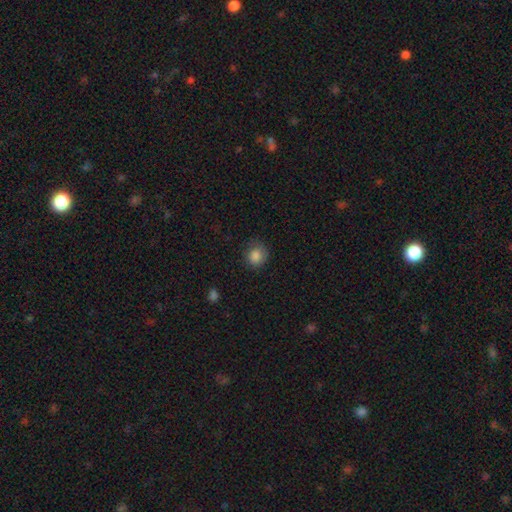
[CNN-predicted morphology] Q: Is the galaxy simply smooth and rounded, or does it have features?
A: smooth — 84%.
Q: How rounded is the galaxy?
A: round — 79%.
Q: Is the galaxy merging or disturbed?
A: none — 76%.